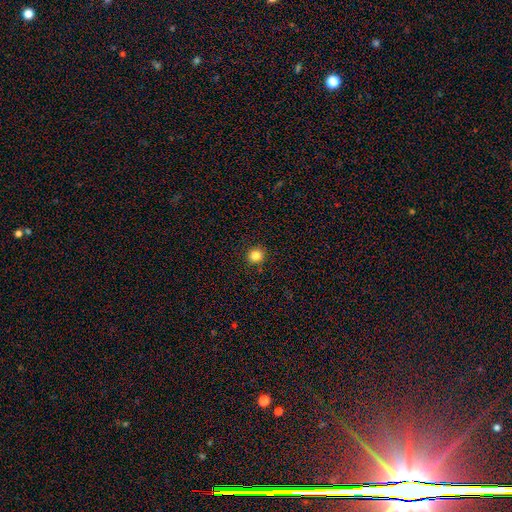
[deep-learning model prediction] Q: Smooth or featured?
A: smooth (83%); runner-up: star or artifact (12%)
Q: How rounded?
A: round (90%); runner-up: in between (9%)
Q: Merging?
A: none (91%); runner-up: minor disturbance (6%)